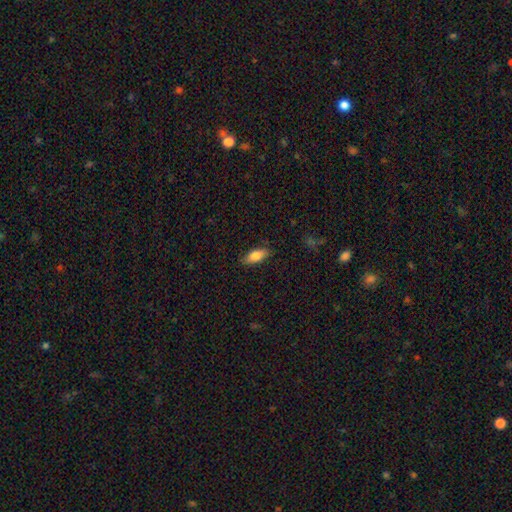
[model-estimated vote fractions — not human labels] smooth-or-featured: smooth: 81% | featured or disk: 13% | star or artifact: 7%
  how-rounded: in between: 79% | cigar-shaped: 19% | round: 2%
  merging: none: 84% | minor disturbance: 12% | major disturbance: 2% | merger: 1%